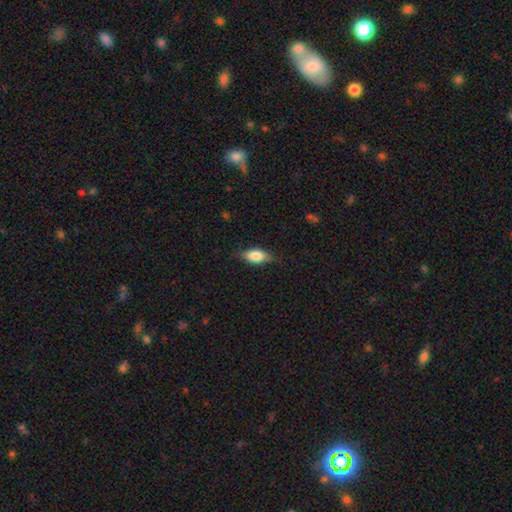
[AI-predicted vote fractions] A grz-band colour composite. It shows a smooth galaxy with no disk features (76%) that is in between round and cigar-shaped (84%). Merging: none (77%).